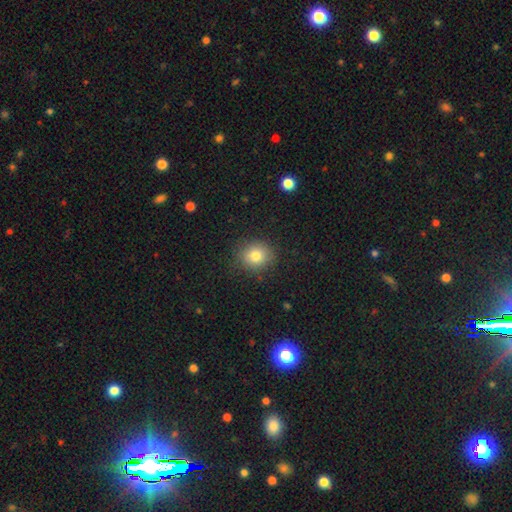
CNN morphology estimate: Smooth or featured: smooth — 80% (star or artifact — 12%)
How rounded: round — 81% (in between — 18%)
Merging: none — 86% (minor disturbance — 10%)